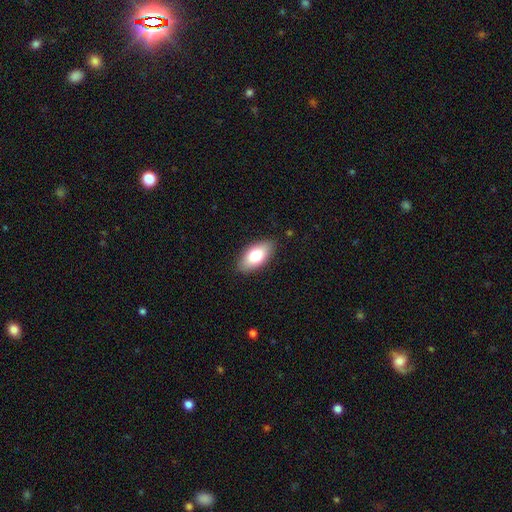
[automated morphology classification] smooth-or-featured: smooth: 76% | featured or disk: 17% | star or artifact: 7%
  how-rounded: in between: 92% | cigar-shaped: 5% | round: 3%
  merging: none: 87% | minor disturbance: 10% | major disturbance: 2% | merger: 1%